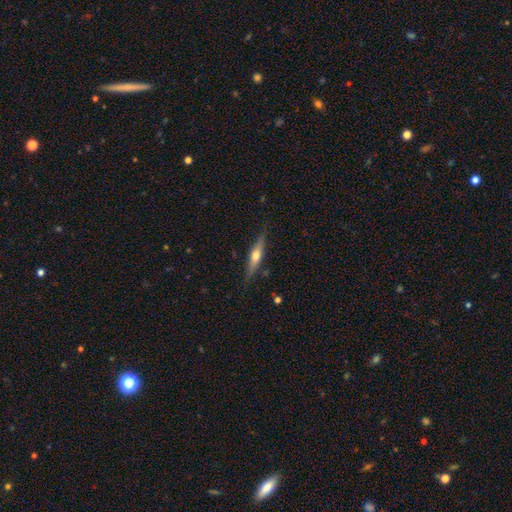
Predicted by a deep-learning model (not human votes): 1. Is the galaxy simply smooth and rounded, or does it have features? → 55% featured or disk, 39% smooth, 6% star or artifact.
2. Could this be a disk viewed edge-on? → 93% yes, 7% no.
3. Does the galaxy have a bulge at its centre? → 91% rounded, 5% none, 4% boxy.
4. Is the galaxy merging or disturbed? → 84% none, 12% minor disturbance, 2% major disturbance, 2% merger.